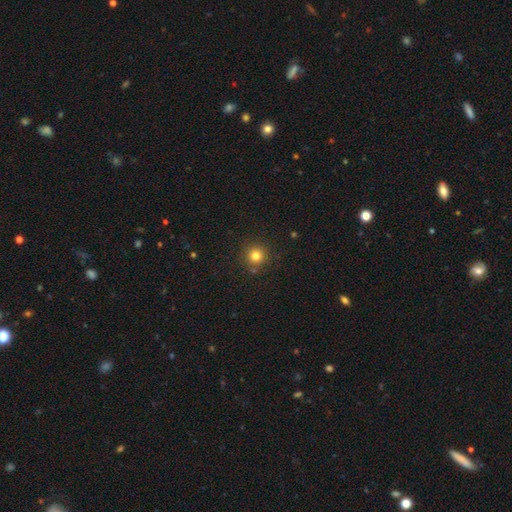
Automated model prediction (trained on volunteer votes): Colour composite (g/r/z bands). It shows a smooth galaxy with no disk features (80%) that is round (95%). Merging: none (87%).